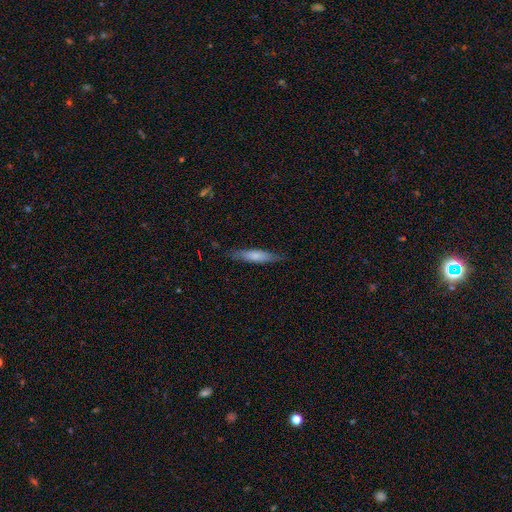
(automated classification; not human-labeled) The model was most divided on "smooth or featured": smooth: 69%, featured or disk: 26%, star or artifact: 6%. More confident: merging — none (82%); how rounded — cigar-shaped (81%).